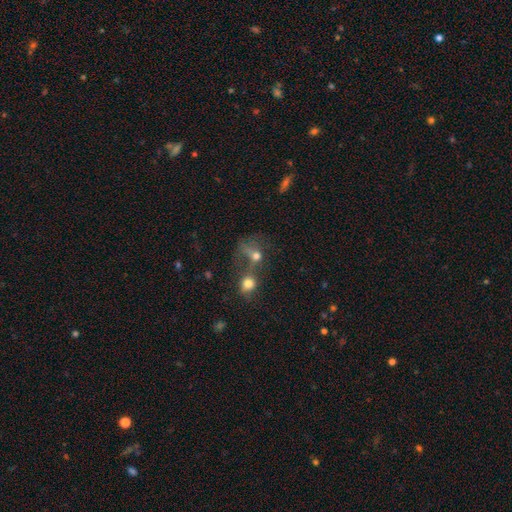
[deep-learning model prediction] smooth 63%, featured or disk 21%, star or artifact 17%. Down the decision tree: how rounded — round (61%); merging — merger (59%).